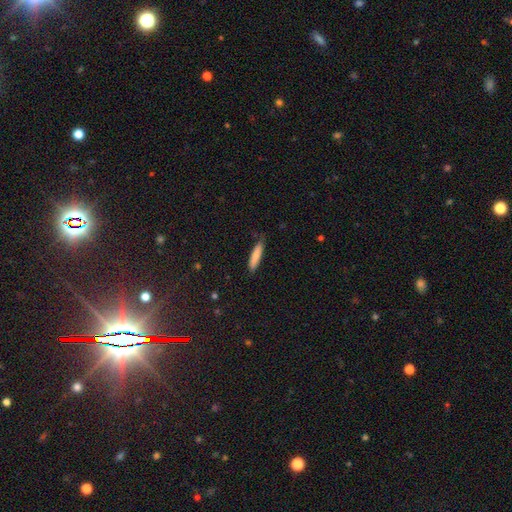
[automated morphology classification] Overall: smooth (81%). How rounded: cigar-shaped (83%). Merging: none (77%).